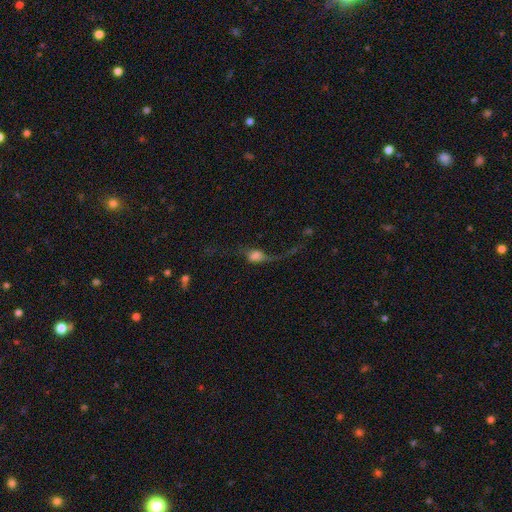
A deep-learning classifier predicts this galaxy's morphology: The model was most divided on "smooth or featured" (2-way tie): featured or disk: 44%, smooth: 44%, star or artifact: 12%. More confident: merging — major disturbance (54%).